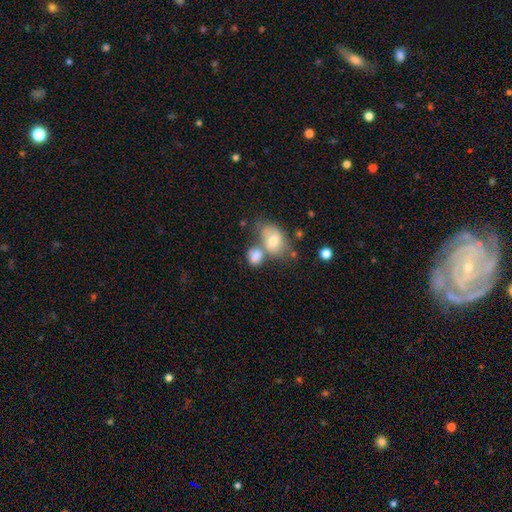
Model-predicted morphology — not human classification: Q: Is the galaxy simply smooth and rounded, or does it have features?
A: smooth — 79%.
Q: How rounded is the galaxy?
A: in between — 59%.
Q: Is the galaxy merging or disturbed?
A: merger — 45%.